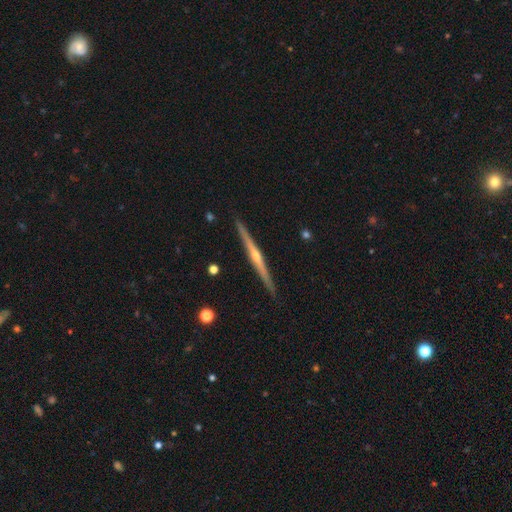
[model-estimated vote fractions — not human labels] Smooth or featured: featured or disk — 80% (smooth — 15%)
Edge-on disk: yes — 98% (no — 2%)
Edge-on bulge: rounded — 78% (none — 17%)
Merging: none — 91% (minor disturbance — 6%)